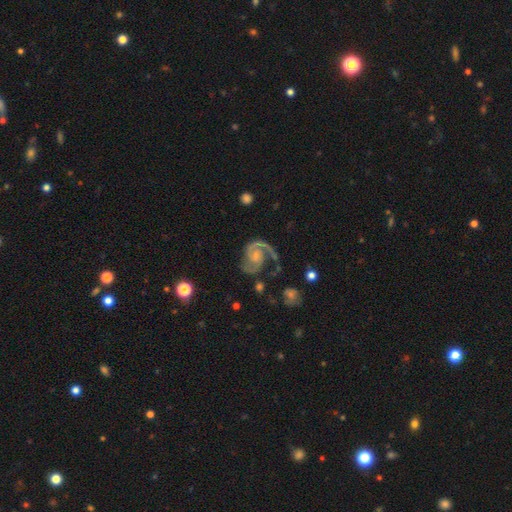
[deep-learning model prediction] featured or disk 91%, star or artifact 5%, smooth 4%. Down the decision tree: edge-on disk — no (98%); bar — no (65%); spiral arms — yes (98%); spiral arm count — 2 (83%); spiral winding — medium (54%); bulge size — small (59%); merging — none (66%).